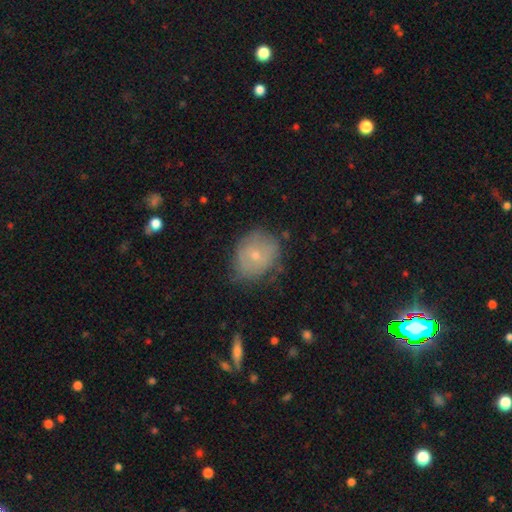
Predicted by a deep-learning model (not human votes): Morphology: type=smooth (56%); roundness=round (57%); merging=none (60%).